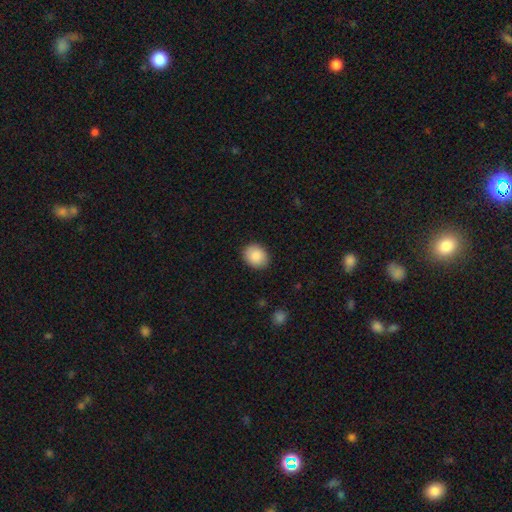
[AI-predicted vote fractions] smooth 88%, star or artifact 7%, featured or disk 4%. Down the decision tree: how rounded — round (51%); merging — none (89%).